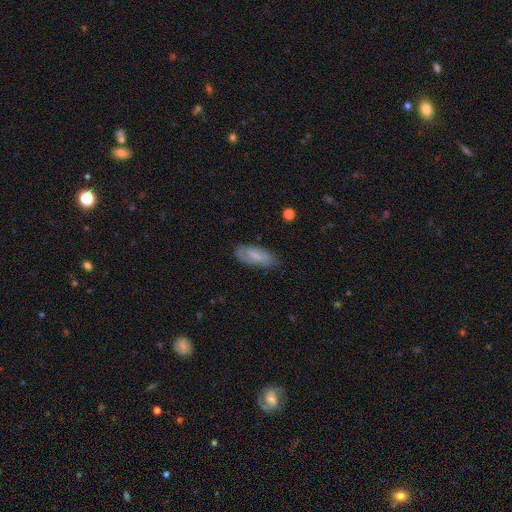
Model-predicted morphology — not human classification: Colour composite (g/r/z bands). It shows a smooth galaxy with no disk features (68%) that is in between round and cigar-shaped (79%). Merging: none (73%).